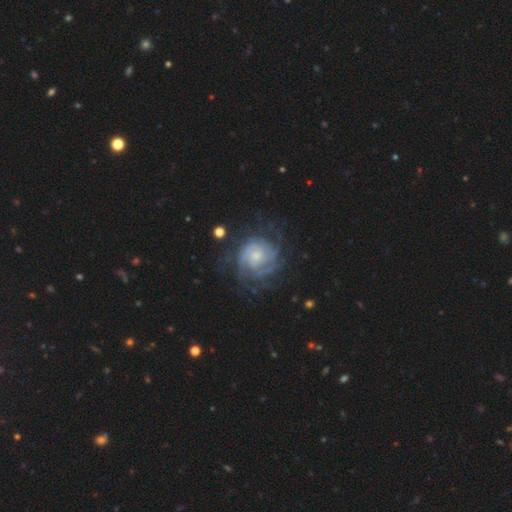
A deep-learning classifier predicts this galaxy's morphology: A featured or disk galaxy (82%) with no bar (72%), tight (65%) spiral arms (93%) and a small central bulge (55%).

Vote fractions:
- Smooth or featured? featured or disk: 82% / smooth: 11% / star or artifact: 7%
- Edge-on disk? no: 98% / yes: 2%
- Bar? no: 72% / weak: 24% / strong: 4%
- Spiral arms? yes: 93% / no: 7%
- Spiral winding? tight: 65% / medium: 28% / loose: 8%
- Spiral arm count? can't tell: 39% / 3: 17% / 2: 16% / 4: 15% / more than 4: 7% / 1: 6%
- Bulge size? small: 55% / moderate: 34% / none: 5% / large: 5% / dominant: 1%
- Merging? none: 67% / minor disturbance: 18% / major disturbance: 14% / merger: 2%